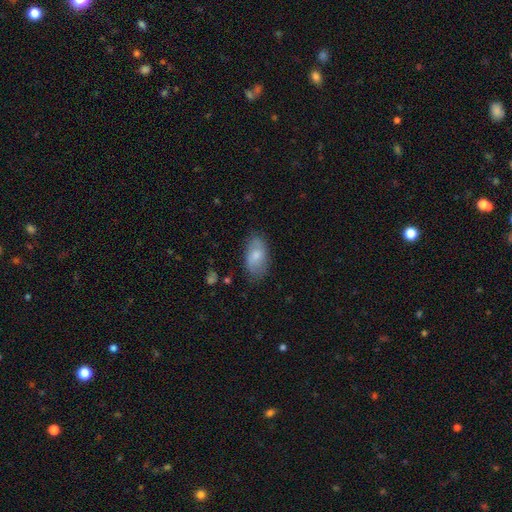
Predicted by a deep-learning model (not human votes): smooth 74%, featured or disk 20%, star or artifact 6%. Down the decision tree: how rounded — in between (93%); merging — none (74%).